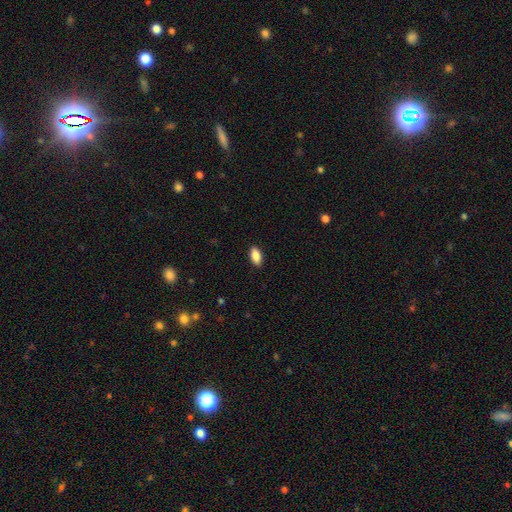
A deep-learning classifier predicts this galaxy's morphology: Overall: smooth (88%). How rounded: in between (91%). Merging: none (90%).